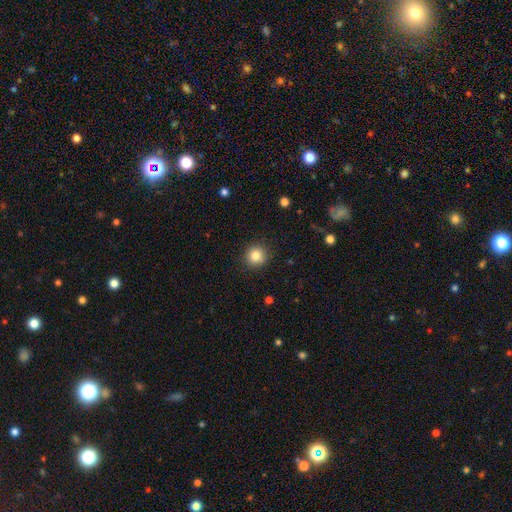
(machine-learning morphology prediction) Smooth or featured? Predicted: smooth (p=0.83). How rounded? Predicted: round (p=0.92). Merging? Predicted: none (p=0.89).